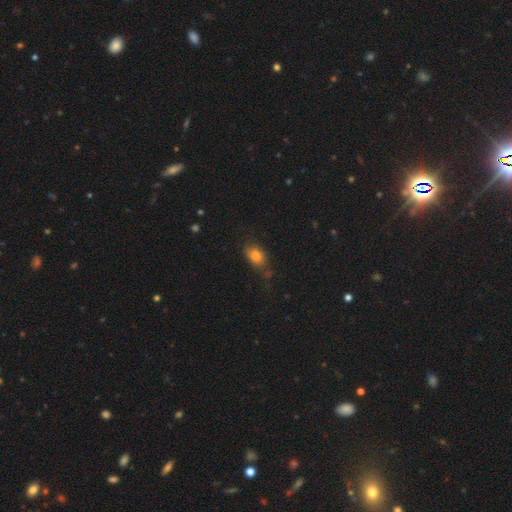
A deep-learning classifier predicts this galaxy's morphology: A smooth galaxy with no disk features (80%) that is in between round and cigar-shaped (79%).

Vote fractions:
- Smooth or featured? smooth: 80% / featured or disk: 10% / star or artifact: 10%
- How rounded? in between: 79% / round: 18% / cigar-shaped: 3%
- Merging? none: 66% / minor disturbance: 23% / major disturbance: 6% / merger: 5%